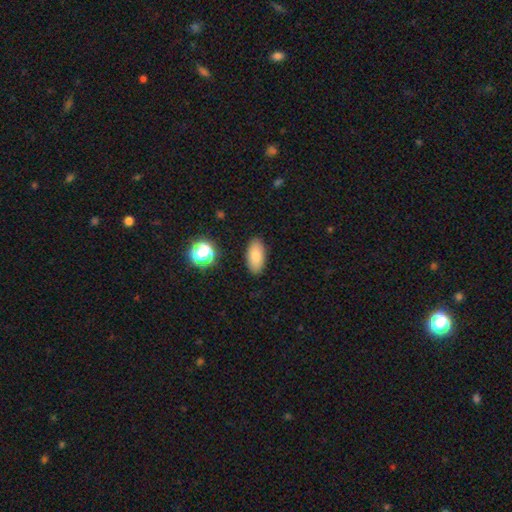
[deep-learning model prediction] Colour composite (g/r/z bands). It shows a smooth galaxy with no disk features (81%) that is in between round and cigar-shaped (89%). Merging: none (88%).